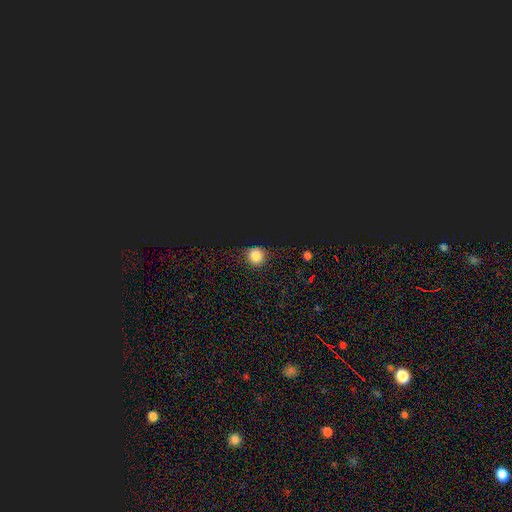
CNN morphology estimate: Smooth or featured: smooth — 72% (star or artifact — 21%)
How rounded: round — 86% (in between — 12%)
Merging: none — 79% (minor disturbance — 14%)